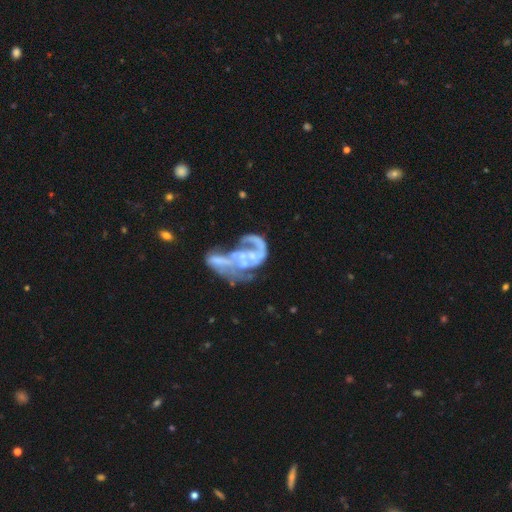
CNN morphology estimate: This appears to be a featured or disk galaxy (80%) with no bar (73%), spiral arms (57%) and no central bulge (44%). Merging: merger (43%).